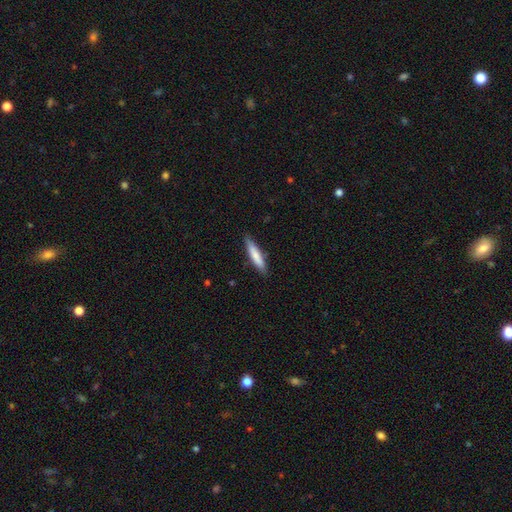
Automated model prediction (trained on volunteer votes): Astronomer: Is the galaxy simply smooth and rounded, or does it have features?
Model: smooth — 75%.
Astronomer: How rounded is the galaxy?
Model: cigar-shaped — 85%.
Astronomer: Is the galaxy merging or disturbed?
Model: none — 87%.